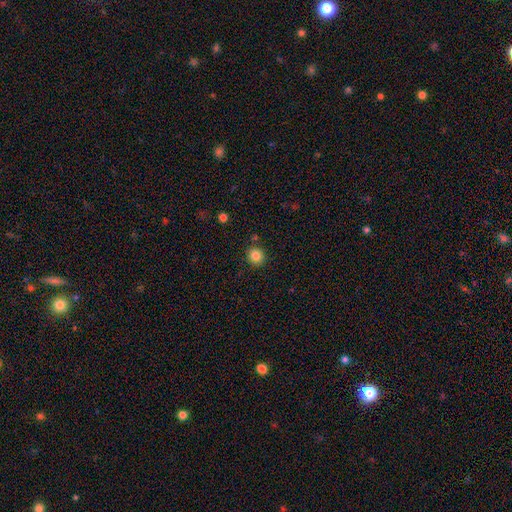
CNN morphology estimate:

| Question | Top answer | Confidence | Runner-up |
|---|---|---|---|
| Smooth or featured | smooth | 84% | star or artifact (11%) |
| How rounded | round | 89% | in between (10%) |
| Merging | none | 87% | minor disturbance (8%) |